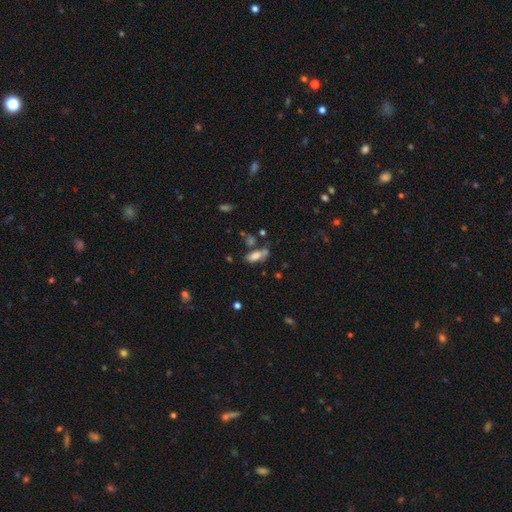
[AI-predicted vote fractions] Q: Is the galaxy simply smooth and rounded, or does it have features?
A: smooth — 73%.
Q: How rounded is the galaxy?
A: in between — 83%.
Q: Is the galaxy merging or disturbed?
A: none — 44%.